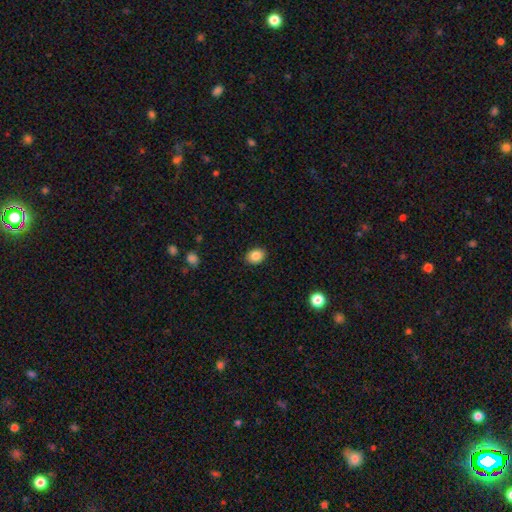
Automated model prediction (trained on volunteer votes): Smooth or featured?
  - smooth: 85% *
  - star or artifact: 9%
  - featured or disk: 6%
How rounded?
  - in between: 61% *
  - round: 38%
  - cigar-shaped: 1%
Merging?
  - none: 88% *
  - minor disturbance: 8%
  - major disturbance: 2%
  - merger: 1%